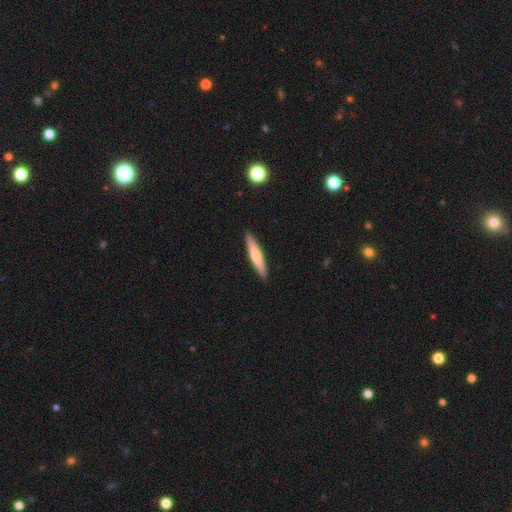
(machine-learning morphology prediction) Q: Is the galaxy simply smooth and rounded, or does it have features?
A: smooth — 61%.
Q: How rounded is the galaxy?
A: cigar-shaped — 91%.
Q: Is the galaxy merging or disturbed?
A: none — 92%.